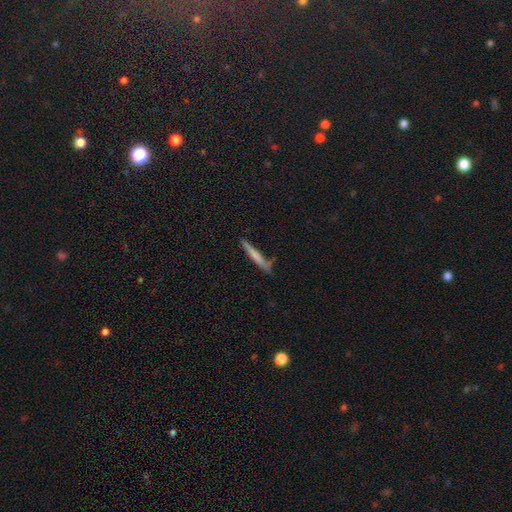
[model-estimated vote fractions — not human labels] A smooth galaxy with no disk features (68%) that is cigar-shaped (95%).

Vote fractions:
- Smooth or featured? smooth: 68% / featured or disk: 26% / star or artifact: 6%
- How rounded? cigar-shaped: 95% / in between: 4% / round: 1%
- Merging? none: 79% / minor disturbance: 14% / merger: 4% / major disturbance: 3%